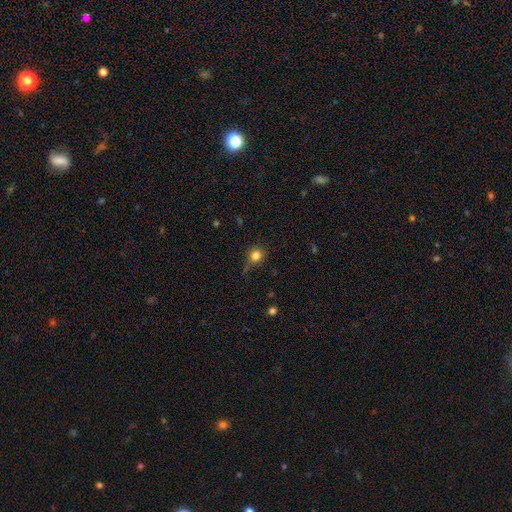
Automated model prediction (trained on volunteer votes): Smooth or featured? Predicted: smooth (p=0.81). How rounded? Predicted: round (p=0.84). Merging? Predicted: none (p=0.67).